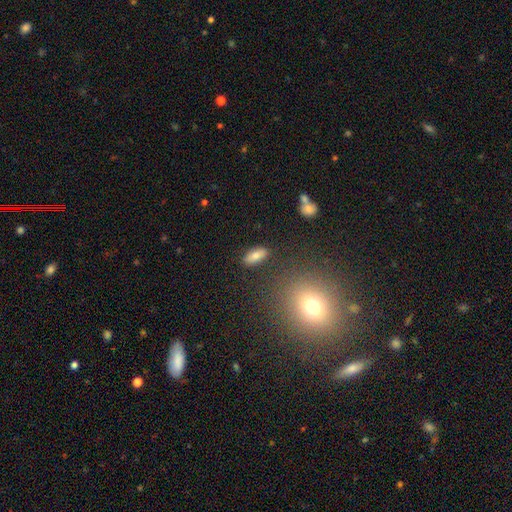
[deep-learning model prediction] The model was most divided on "smooth or featured": smooth: 79%, featured or disk: 12%, star or artifact: 9%. More confident: merging — none (87%); how rounded — in between (83%).